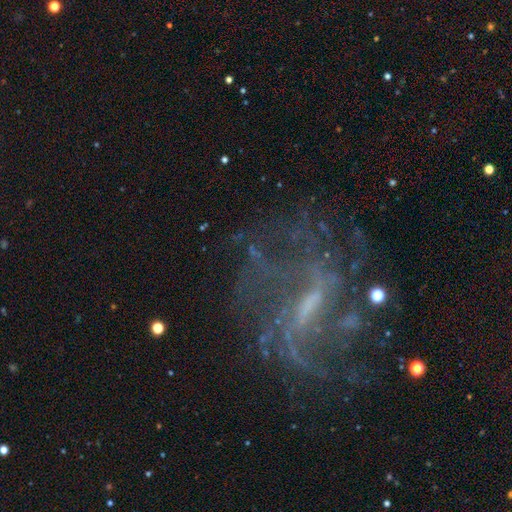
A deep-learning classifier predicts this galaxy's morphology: featured or disk 77%, star or artifact 15%, smooth 8%. Down the decision tree: edge-on disk — no (94%); bar — weak (42%); spiral arms — yes (79%); spiral arm count — can't tell (38%); spiral winding — loose (51%); bulge size — small (38%); merging — none (53%).